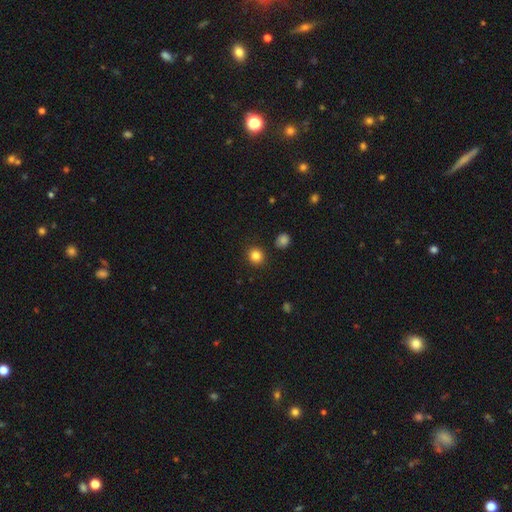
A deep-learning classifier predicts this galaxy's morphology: smooth_or_featured: smooth (p=0.84) [alt: star or artifact p=0.12]
how_rounded: round (p=0.89) [alt: in between p=0.10]
merging: none (p=0.90) [alt: minor disturbance p=0.06]